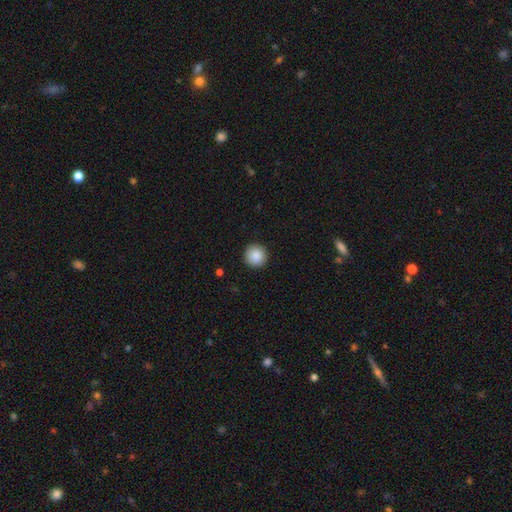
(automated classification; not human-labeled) Morphology: type=smooth (88%); roundness=round (96%); merging=none (93%).